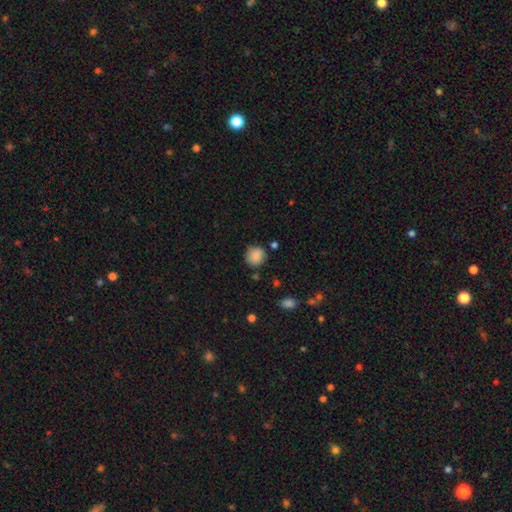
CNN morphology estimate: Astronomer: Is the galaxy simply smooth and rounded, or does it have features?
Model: smooth — 86%.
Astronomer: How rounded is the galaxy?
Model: round — 89%.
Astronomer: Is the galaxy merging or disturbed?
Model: none — 81%.